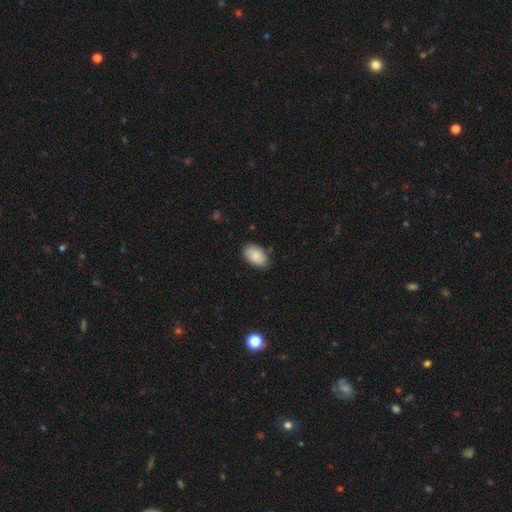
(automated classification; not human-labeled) Smooth or featured?
  - smooth: 87% *
  - featured or disk: 6%
  - star or artifact: 6%
How rounded?
  - in between: 91% *
  - round: 8%
  - cigar-shaped: 1%
Merging?
  - none: 81% *
  - minor disturbance: 15%
  - major disturbance: 3%
  - merger: 1%